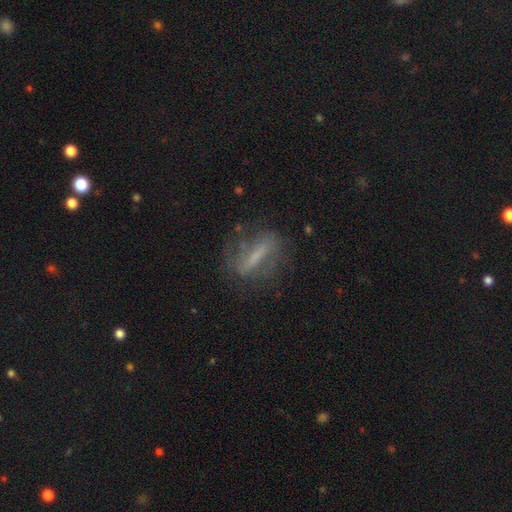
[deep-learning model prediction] Morphology: type=featured or disk (59%); edge-on=no (71%); merging=none (68%).